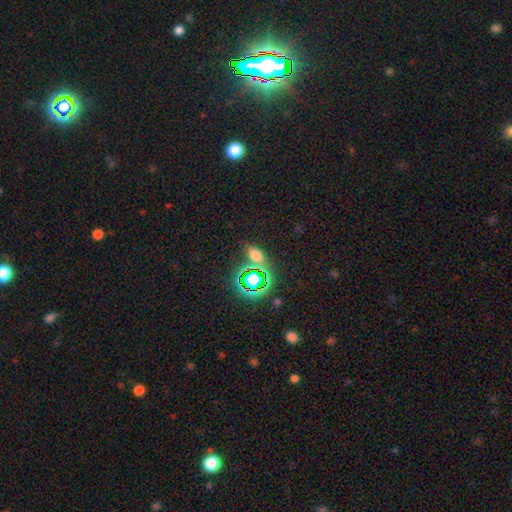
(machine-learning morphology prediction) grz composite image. It shows a smooth galaxy with no disk features (55%) that is in between round and cigar-shaped (77%). Merging: none (71%).